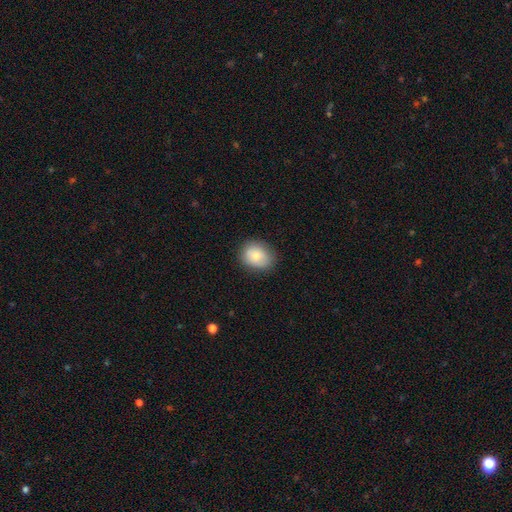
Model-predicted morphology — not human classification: Smooth or featured? Predicted: smooth (p=0.79). How rounded? Predicted: round (p=0.58). Merging? Predicted: none (p=0.82).